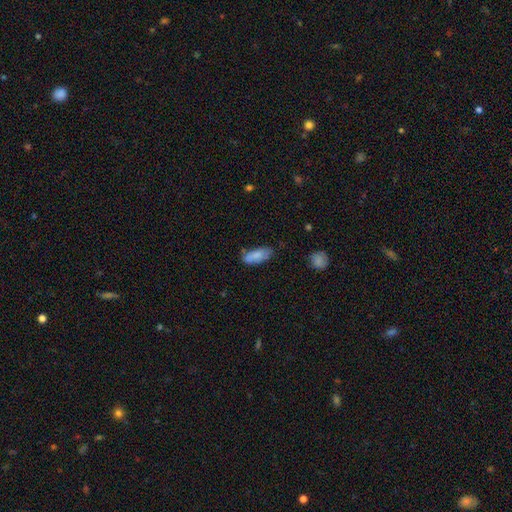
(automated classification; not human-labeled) This is likely a smooth galaxy (79%). How rounded: likely in between (77%). Merging: likely none (63%).